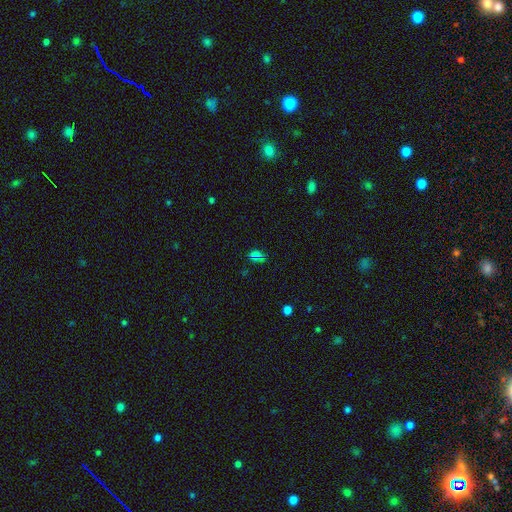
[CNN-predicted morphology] This appears to be a smooth galaxy with no disk features (47%). Merging: none (66%).